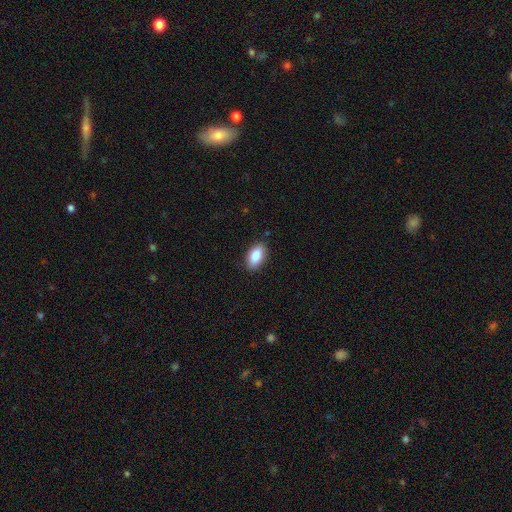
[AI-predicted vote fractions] Q: Smooth or featured?
A: smooth (87%); runner-up: star or artifact (7%)
Q: How rounded?
A: in between (93%); runner-up: round (5%)
Q: Merging?
A: none (87%); runner-up: minor disturbance (10%)